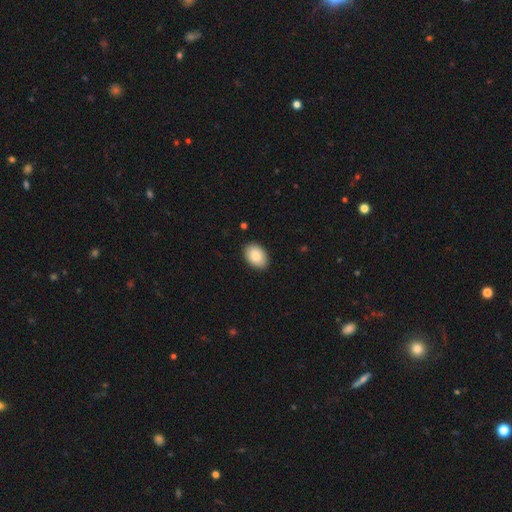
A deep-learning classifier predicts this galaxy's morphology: smooth 88%, star or artifact 6%, featured or disk 6%. Down the decision tree: how rounded — in between (87%); merging — none (88%).